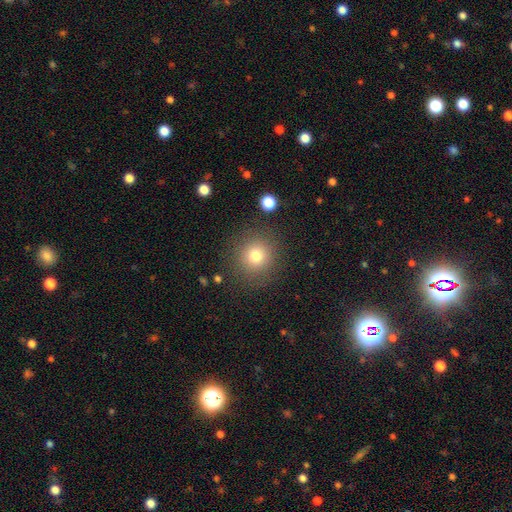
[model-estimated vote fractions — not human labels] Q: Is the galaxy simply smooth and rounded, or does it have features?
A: smooth — 77%.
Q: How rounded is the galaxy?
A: round — 92%.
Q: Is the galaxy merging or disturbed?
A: none — 86%.